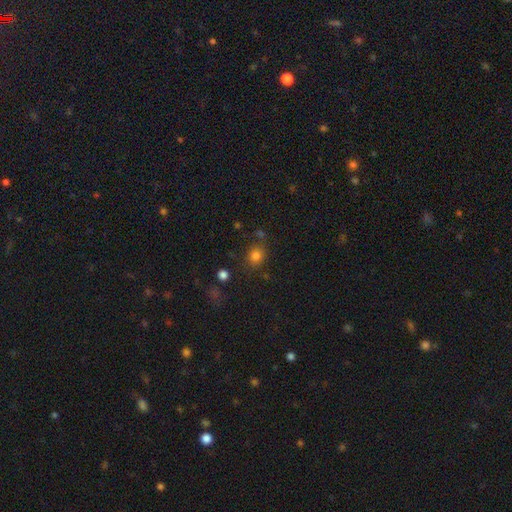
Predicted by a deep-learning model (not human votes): Overall: smooth (80%). How rounded: round (76%). Merging: none (75%).